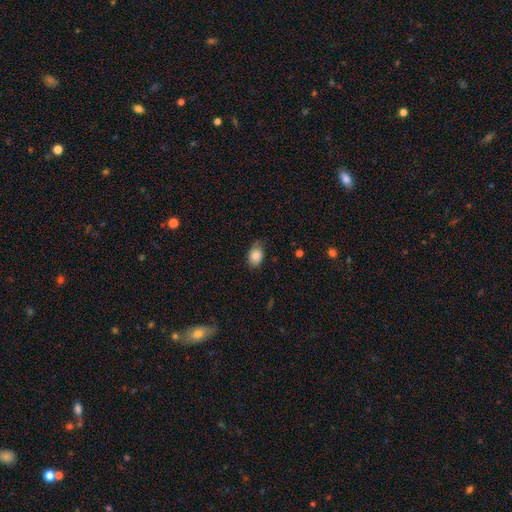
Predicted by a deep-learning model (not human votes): smooth-or-featured: smooth: 85% | star or artifact: 8% | featured or disk: 7%
  how-rounded: in between: 72% | round: 26% | cigar-shaped: 1%
  merging: none: 62% | minor disturbance: 30% | major disturbance: 7% | merger: 1%